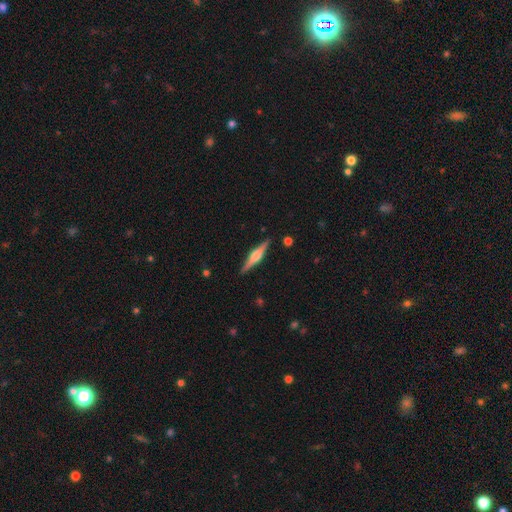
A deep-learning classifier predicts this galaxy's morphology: Smooth or featured: featured or disk — 76% (smooth — 19%)
Edge-on disk: yes — 98% (no — 2%)
Edge-on bulge: rounded — 86% (boxy — 11%)
Merging: none — 90% (minor disturbance — 7%)